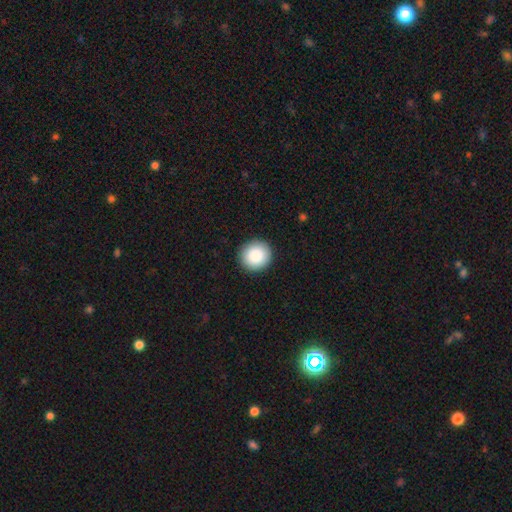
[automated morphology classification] Smooth or featured: smooth — 88% (star or artifact — 8%)
How rounded: round — 93% (in between — 6%)
Merging: none — 93% (minor disturbance — 5%)